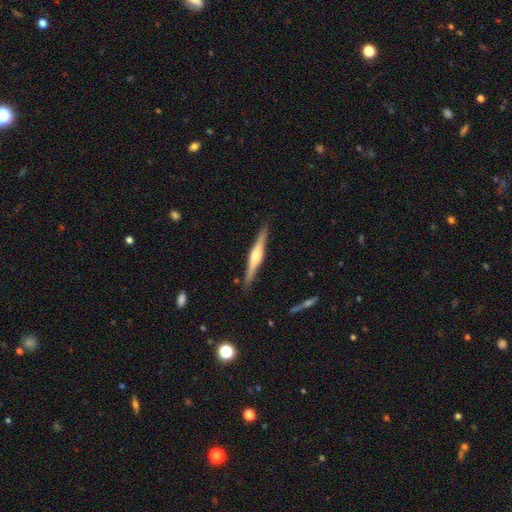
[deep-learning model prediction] Smooth or featured? featured or disk (74%)
Edge-on disk? yes (98%)
Edge-on bulge? rounded (86%)
Merging? none (89%)